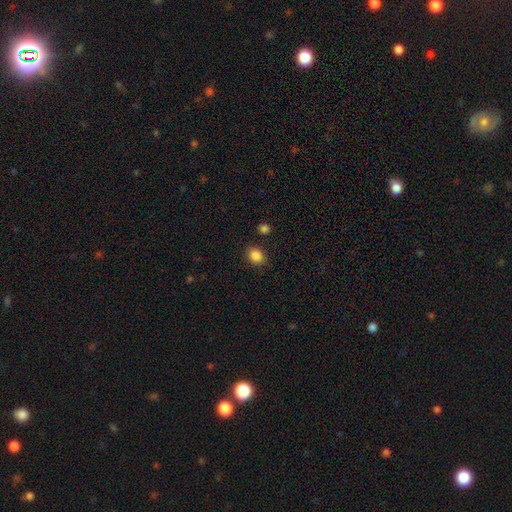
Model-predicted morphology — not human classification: Smooth or featured?
  - smooth: 86% *
  - star or artifact: 10%
  - featured or disk: 4%
How rounded?
  - round: 63% *
  - in between: 36%
  - cigar-shaped: 1%
Merging?
  - none: 85% *
  - minor disturbance: 9%
  - merger: 3%
  - major disturbance: 3%